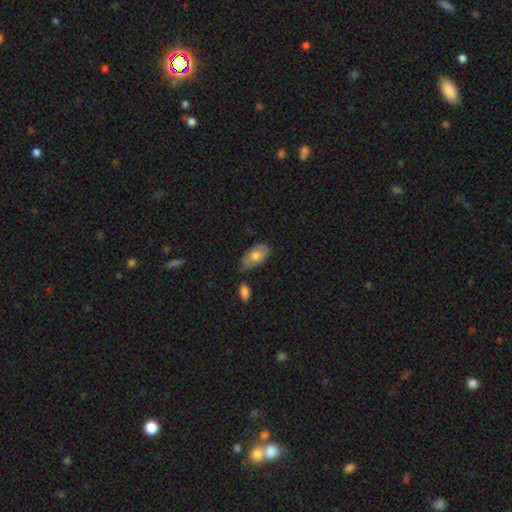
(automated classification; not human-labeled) Q: Smooth or featured?
A: smooth (73%); runner-up: featured or disk (21%)
Q: How rounded?
A: in between (93%); runner-up: round (4%)
Q: Merging?
A: none (65%); runner-up: minor disturbance (24%)